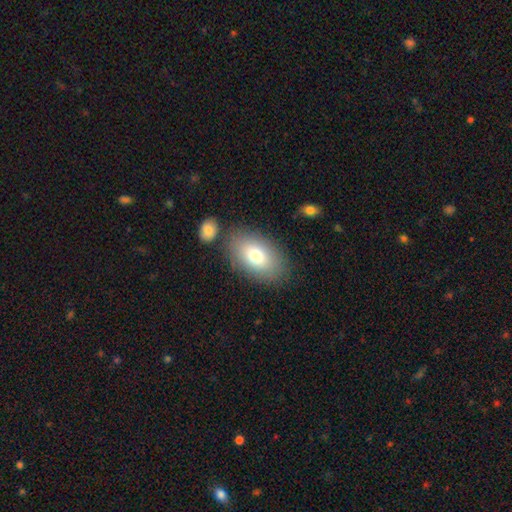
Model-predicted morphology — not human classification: This is likely a smooth galaxy (76%). How rounded: clearly in between (89%). Merging: likely none (80%).